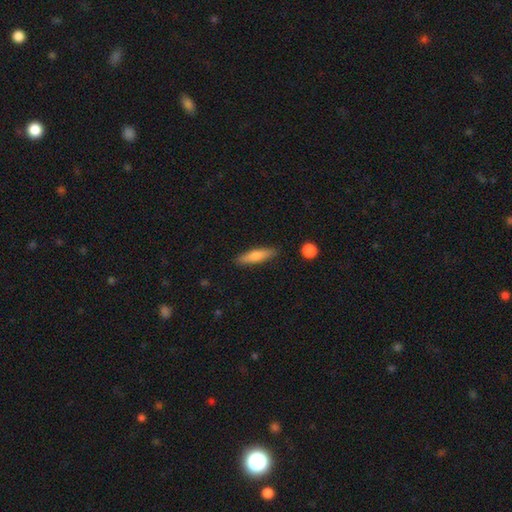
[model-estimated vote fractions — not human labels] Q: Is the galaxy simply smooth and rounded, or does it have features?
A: smooth — 70%.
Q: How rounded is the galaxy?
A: cigar-shaped — 74%.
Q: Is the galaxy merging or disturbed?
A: none — 88%.